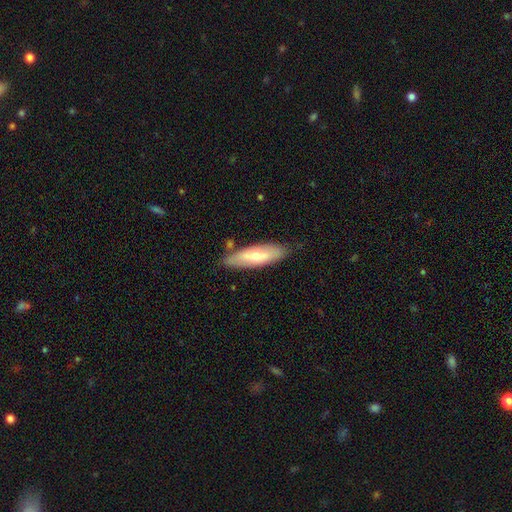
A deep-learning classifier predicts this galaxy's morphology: Smooth or featured?
  - smooth: 56% *
  - featured or disk: 38%
  - star or artifact: 6%
How rounded?
  - cigar-shaped: 50% *
  - in between: 48%
  - round: 2%
Merging?
  - none: 79% *
  - minor disturbance: 14%
  - merger: 3%
  - major disturbance: 3%